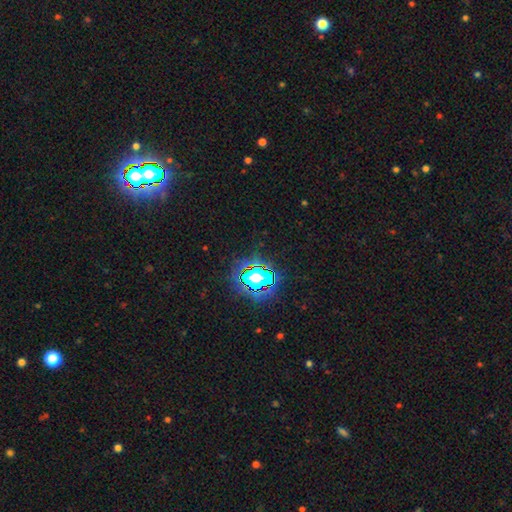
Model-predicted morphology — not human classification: Smooth or featured: star or artifact — 80% (smooth — 12%)